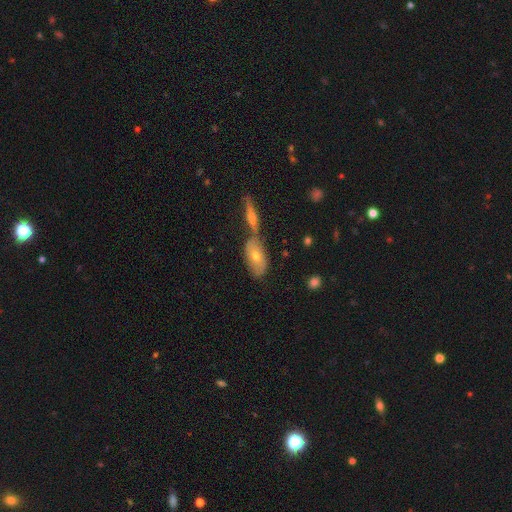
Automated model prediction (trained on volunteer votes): smooth-or-featured: smooth: 53% | featured or disk: 39% | star or artifact: 8%
  how-rounded: in between: 86% | cigar-shaped: 9% | round: 5%
  merging: none: 46% | merger: 37% | minor disturbance: 13% | major disturbance: 4%